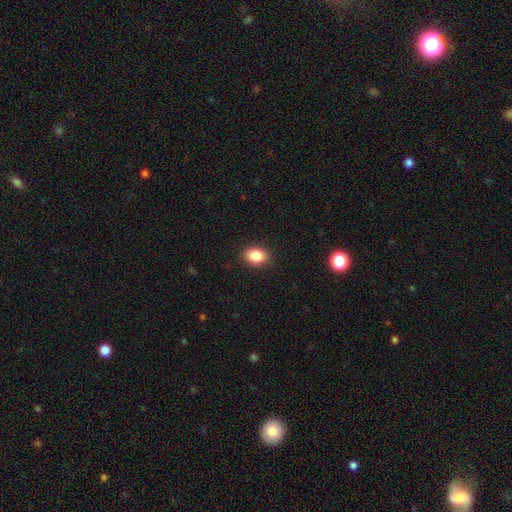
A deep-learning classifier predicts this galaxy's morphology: type=smooth (85%); roundness=in between (69%); merging=none (88%).